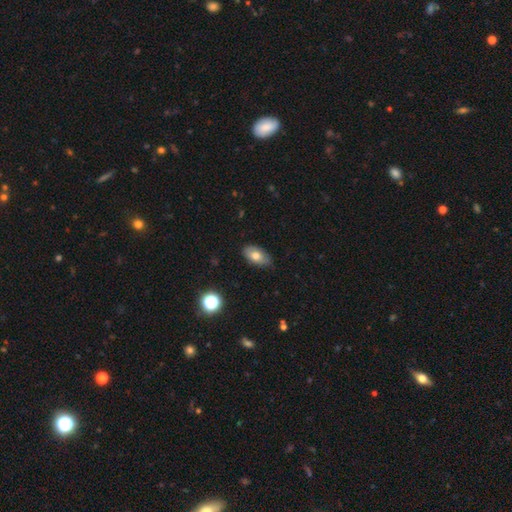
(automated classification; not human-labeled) Overall: smooth (71%). How rounded: in between (91%). Merging: none (75%).